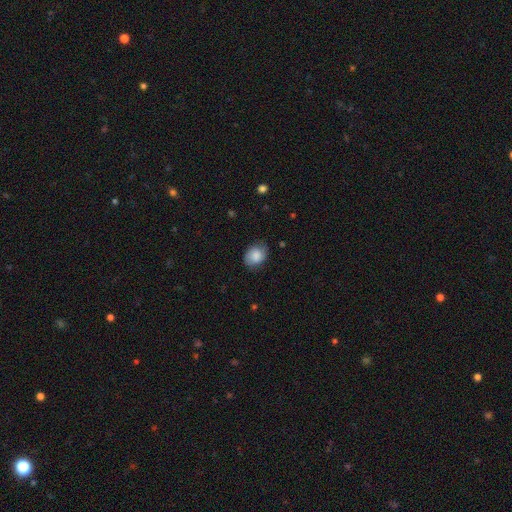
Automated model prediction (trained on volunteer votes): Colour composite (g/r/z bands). It shows a smooth galaxy with no disk features (76%) that is in between round and cigar-shaped (57%). Merging: none (73%).